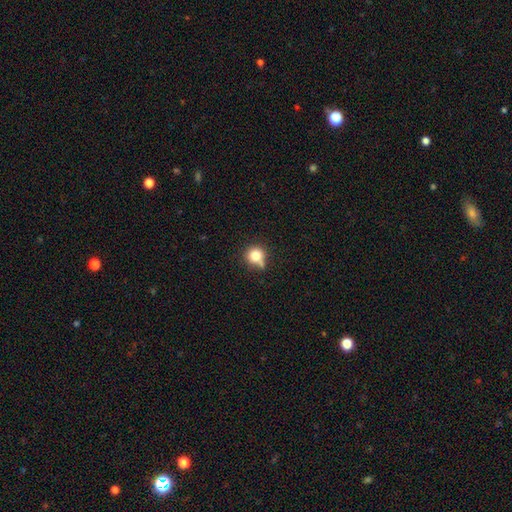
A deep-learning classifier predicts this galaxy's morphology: Smooth or featured: smooth — 79% (star or artifact — 11%)
How rounded: round — 89% (in between — 10%)
Merging: none — 55% (minor disturbance — 23%)